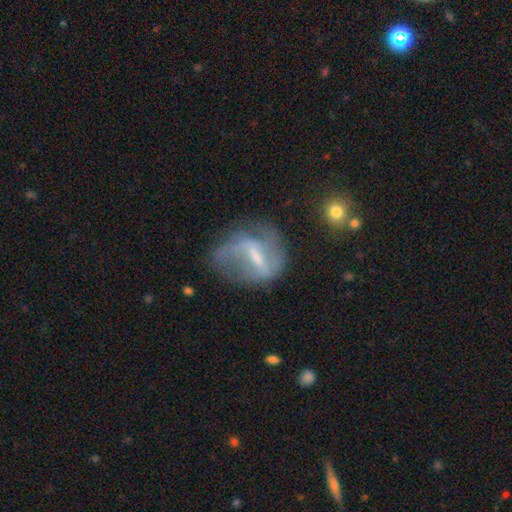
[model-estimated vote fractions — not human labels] Smooth or featured: featured or disk — 69% (smooth — 22%)
Edge-on disk: no — 95% (yes — 5%)
Bar: strong — 45% (weak — 41%)
Spiral arms: yes — 72% (no — 28%)
Bulge size: small — 40% (moderate — 30%)
Merging: none — 43% (major disturbance — 28%)